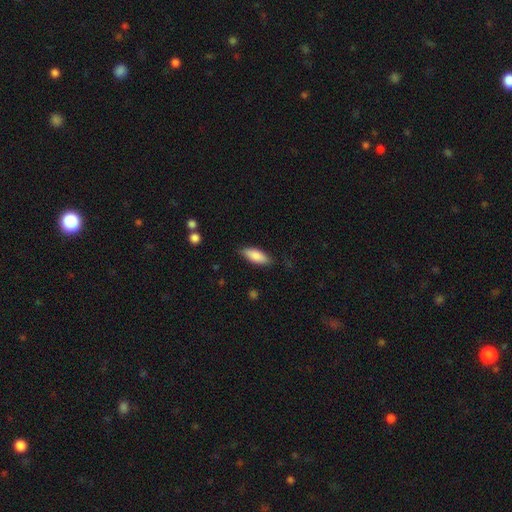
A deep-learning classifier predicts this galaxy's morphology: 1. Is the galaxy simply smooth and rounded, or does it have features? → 84% smooth, 10% featured or disk, 6% star or artifact.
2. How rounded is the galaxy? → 74% in between, 24% cigar-shaped, 2% round.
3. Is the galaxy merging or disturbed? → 82% none, 14% minor disturbance, 3% major disturbance, 1% merger.